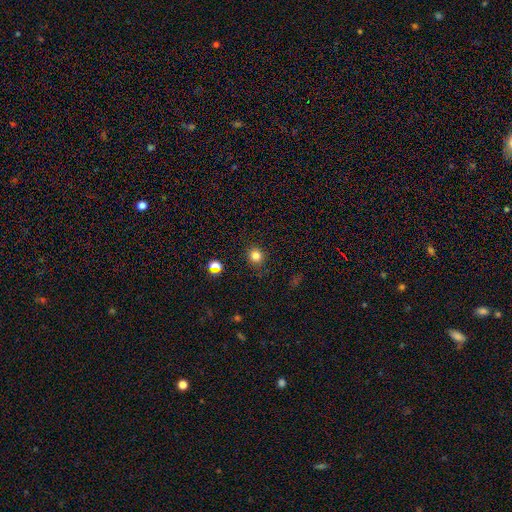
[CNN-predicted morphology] Smooth or featured? smooth (81%)
How rounded? round (87%)
Merging? none (88%)